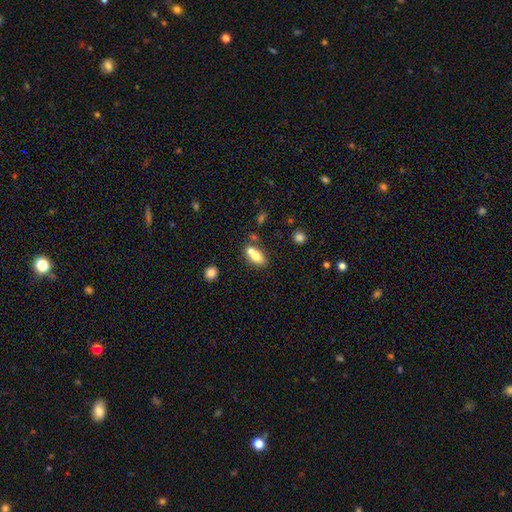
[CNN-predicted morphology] This is likely a smooth galaxy (68%). How rounded: likely in between (75%). Merging: possibly merger (47%).